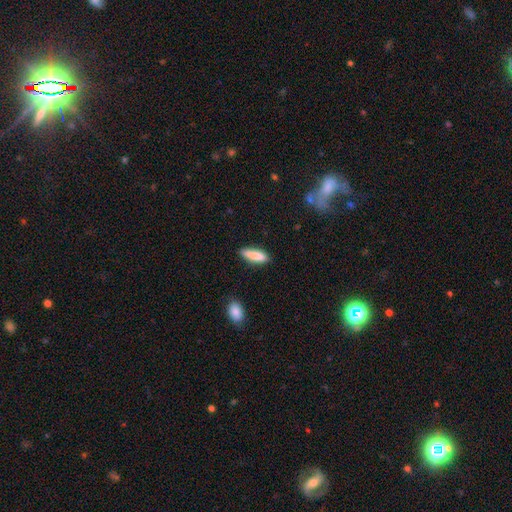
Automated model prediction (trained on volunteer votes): Smooth or featured?
  - smooth: 83% *
  - featured or disk: 10%
  - star or artifact: 7%
How rounded?
  - cigar-shaped: 58% *
  - in between: 40%
  - round: 2%
Merging?
  - none: 74% *
  - minor disturbance: 19%
  - major disturbance: 4%
  - merger: 3%